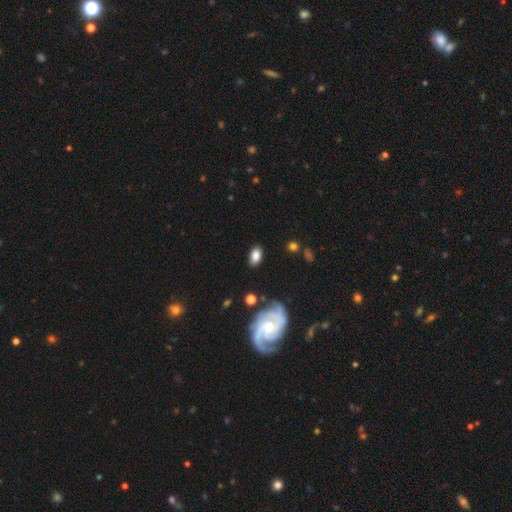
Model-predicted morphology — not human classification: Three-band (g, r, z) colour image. It shows a smooth galaxy with no disk features (82%) that is in between round and cigar-shaped (89%). Merging: none (81%).